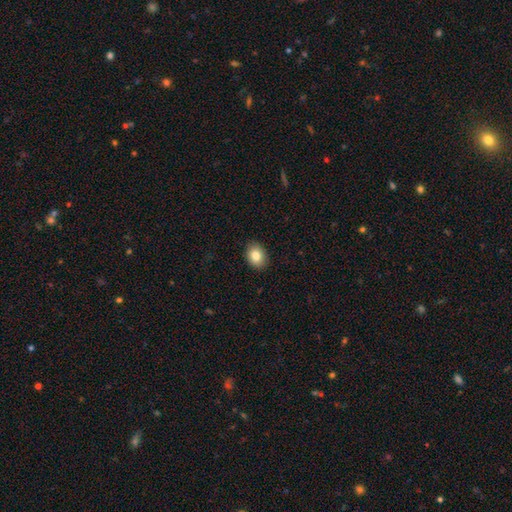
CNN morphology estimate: smooth-or-featured: smooth: 83% | star or artifact: 9% | featured or disk: 8%
  how-rounded: in between: 62% | round: 37% | cigar-shaped: 1%
  merging: none: 89% | minor disturbance: 8% | major disturbance: 2% | merger: 1%